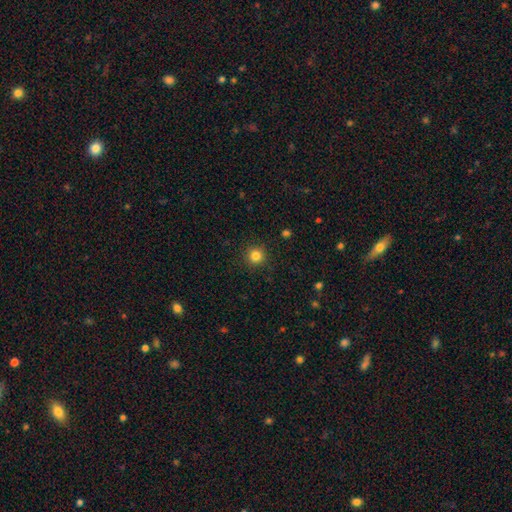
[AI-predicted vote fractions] Overall: smooth (83%). How rounded: round (95%). Merging: none (91%).